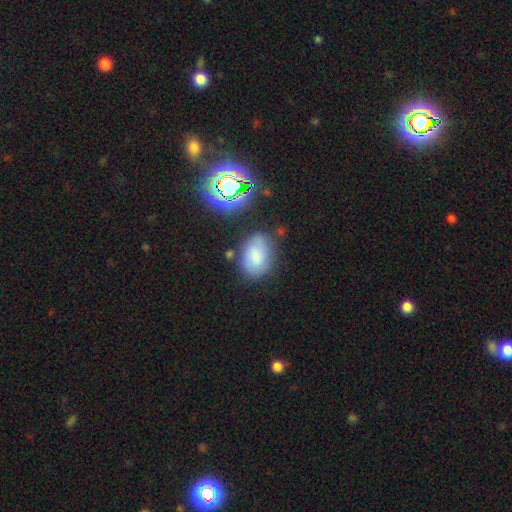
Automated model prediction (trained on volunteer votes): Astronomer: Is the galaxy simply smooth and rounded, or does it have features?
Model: smooth — 74%.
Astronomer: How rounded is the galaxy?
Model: in between — 83%.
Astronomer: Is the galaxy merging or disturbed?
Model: none — 66%.